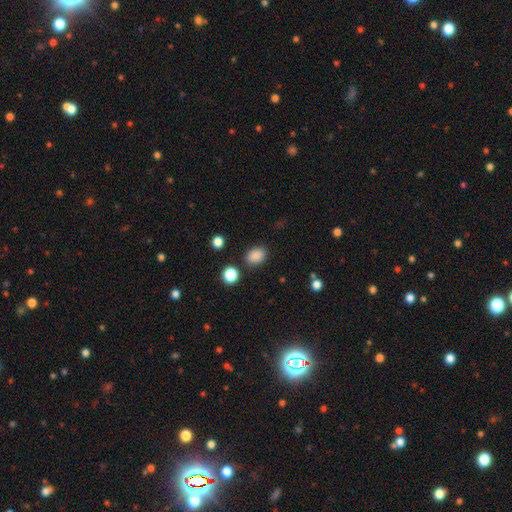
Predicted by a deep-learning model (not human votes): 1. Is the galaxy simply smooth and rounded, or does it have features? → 86% smooth, 10% star or artifact, 3% featured or disk.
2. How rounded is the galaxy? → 70% in between, 29% round, 1% cigar-shaped.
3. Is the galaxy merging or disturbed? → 84% none, 10% minor disturbance, 3% major disturbance, 3% merger.